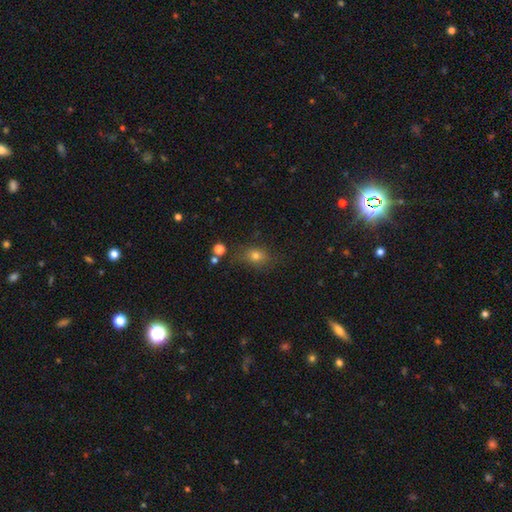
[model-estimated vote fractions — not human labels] Smooth or featured: smooth — 71% (star or artifact — 17%)
How rounded: in between — 55% (round — 43%)
Merging: none — 71% (minor disturbance — 18%)